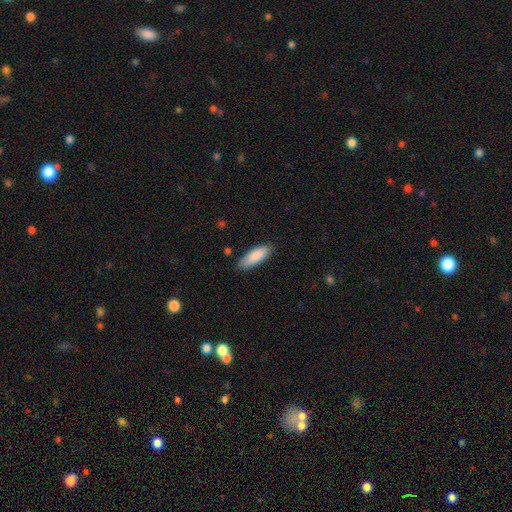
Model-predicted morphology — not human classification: Q: Smooth or featured?
A: smooth (89%); runner-up: featured or disk (6%)
Q: How rounded?
A: in between (69%); runner-up: cigar-shaped (30%)
Q: Merging?
A: none (83%); runner-up: minor disturbance (14%)